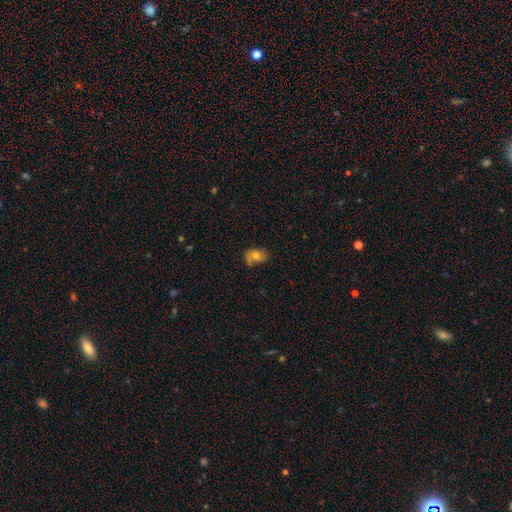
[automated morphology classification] A smooth galaxy with no disk features (65%) that is in between round and cigar-shaped (79%).

Vote fractions:
- Smooth or featured? smooth: 65% / featured or disk: 25% / star or artifact: 10%
- How rounded? in between: 79% / round: 20% / cigar-shaped: 2%
- Merging? none: 56% / minor disturbance: 29% / major disturbance: 10% / merger: 5%